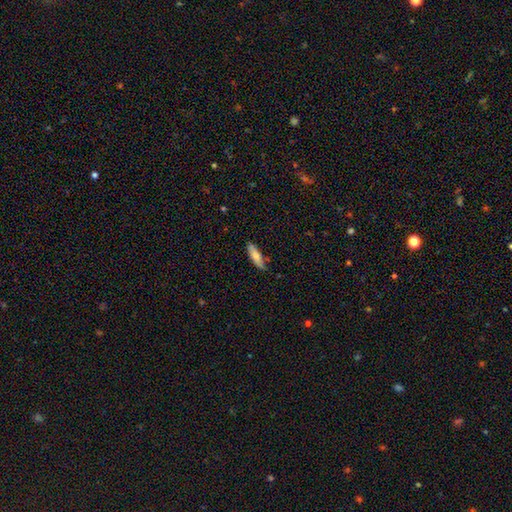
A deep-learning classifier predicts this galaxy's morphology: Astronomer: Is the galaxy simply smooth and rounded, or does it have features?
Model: smooth — 73%.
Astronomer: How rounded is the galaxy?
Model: cigar-shaped — 54% (runner-up: in between, 44%).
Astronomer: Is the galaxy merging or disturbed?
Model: none — 80%.